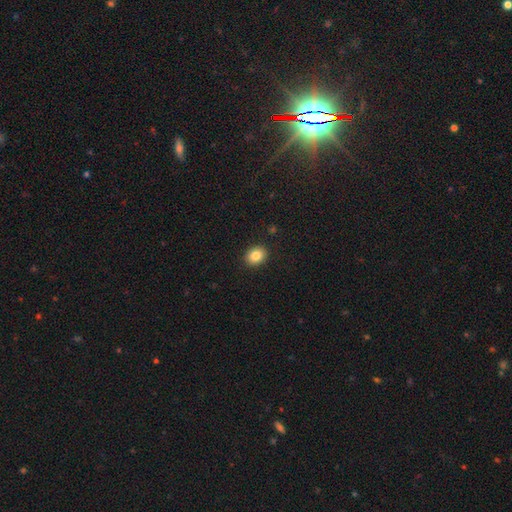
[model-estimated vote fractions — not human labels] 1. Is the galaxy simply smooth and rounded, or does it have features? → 84% smooth, 9% star or artifact, 7% featured or disk.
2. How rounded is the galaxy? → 51% in between, 48% round, 1% cigar-shaped.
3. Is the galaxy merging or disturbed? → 90% none, 7% minor disturbance, 2% major disturbance, 1% merger.